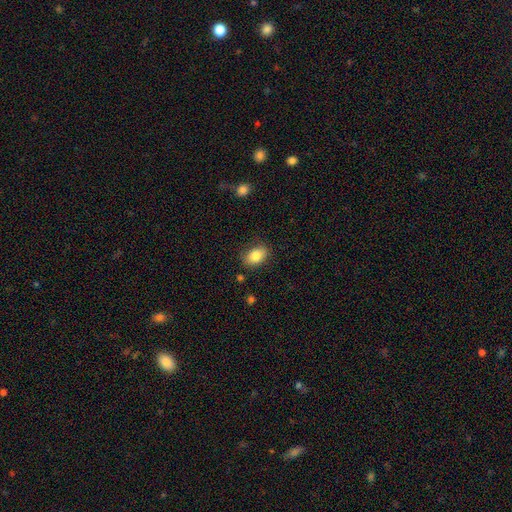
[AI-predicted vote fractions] Smooth or featured? Predicted: smooth (p=0.84). How rounded? Predicted: in between (p=0.83). Merging? Predicted: none (p=0.81).